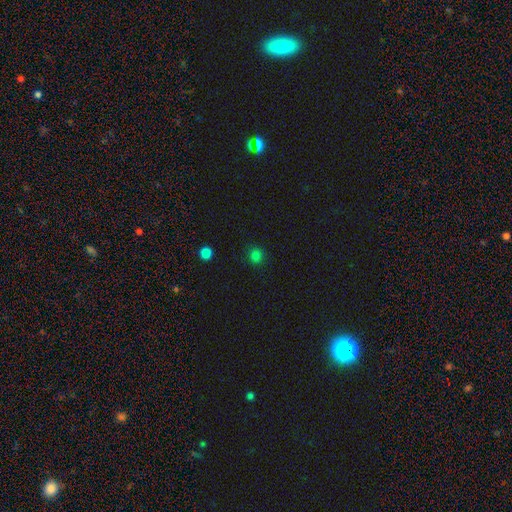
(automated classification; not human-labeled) This appears to be a smooth galaxy with no disk features (79%) that is round (89%). Merging: none (89%).